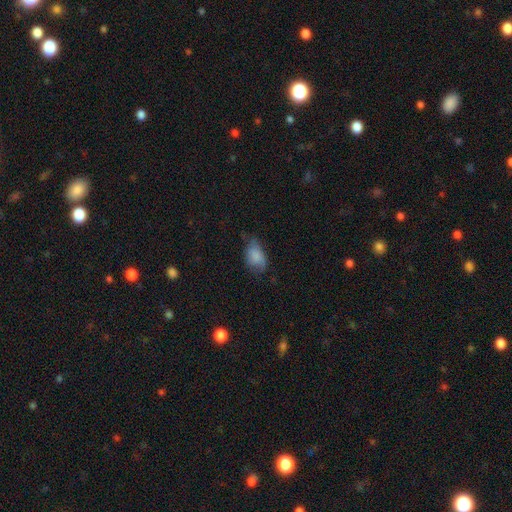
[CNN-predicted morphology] smooth 80%, featured or disk 12%, star or artifact 8%. Down the decision tree: how rounded — in between (90%); merging — none (49%).